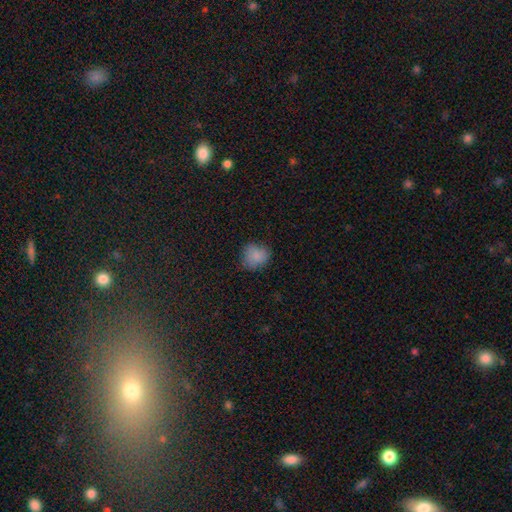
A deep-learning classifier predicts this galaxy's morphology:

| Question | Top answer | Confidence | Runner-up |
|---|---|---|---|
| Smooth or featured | smooth | 83% | star or artifact (10%) |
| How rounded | round | 77% | in between (22%) |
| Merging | none | 74% | minor disturbance (20%) |